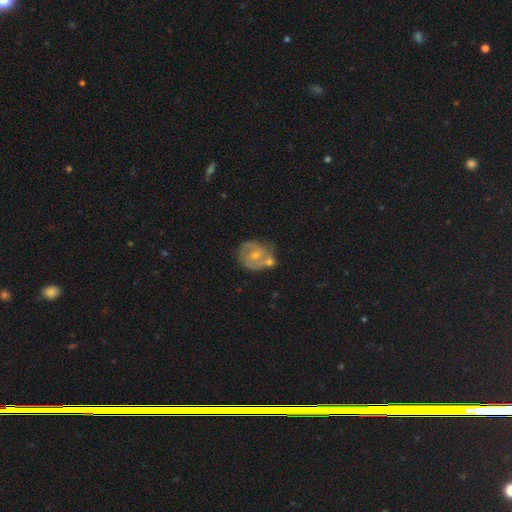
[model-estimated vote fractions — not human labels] Overall: featured or disk (65%; smooth 29%). Edge-on disk: no (97%). Bar: no (64%; weak 31%). Spiral arms: yes (82%). Spiral arm count: 2 (62%). Spiral winding: tight (44%; medium 42%). Bulge size: small (48%; moderate 47%). Merging: none (46%; merger 27%).